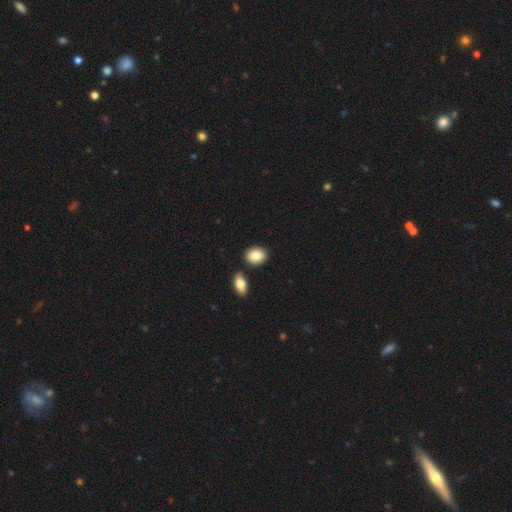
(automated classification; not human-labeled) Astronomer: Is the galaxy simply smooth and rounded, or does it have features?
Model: smooth — 86%.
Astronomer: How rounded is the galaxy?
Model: in between — 68%.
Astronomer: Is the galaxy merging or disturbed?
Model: none — 79%.